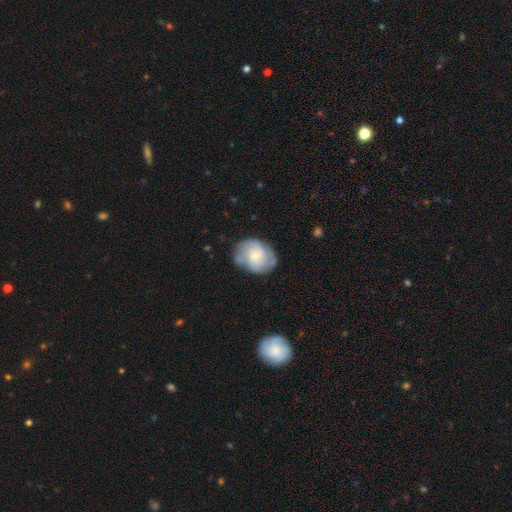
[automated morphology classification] Smooth or featured?
  - featured or disk: 63% *
  - smooth: 31%
  - star or artifact: 6%
Edge-on disk?
  - no: 98% *
  - yes: 2%
Bar?
  - no: 59% *
  - weak: 36%
  - strong: 5%
Spiral arms?
  - yes: 87% *
  - no: 13%
Spiral winding?
  - medium: 44% *
  - tight: 40%
  - loose: 16%
Spiral arm count?
  - 2: 48% *
  - can't tell: 24%
  - 3: 17%
  - 4: 4%
  - 1: 4%
  - more than 4: 3%
Bulge size?
  - small: 56% *
  - moderate: 33%
  - none: 6%
  - large: 4%
  - dominant: 1%
Merging?
  - none: 63% *
  - minor disturbance: 24%
  - major disturbance: 9%
  - merger: 4%